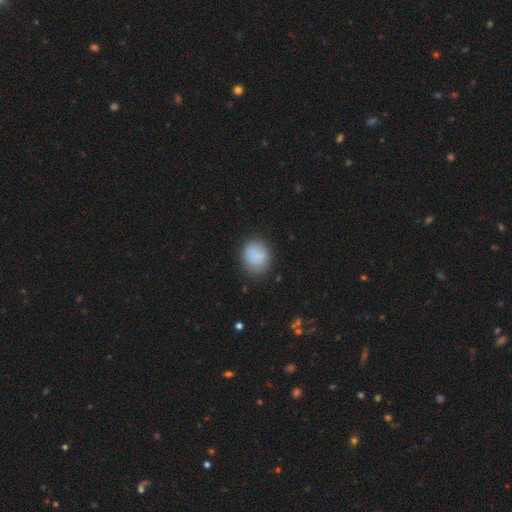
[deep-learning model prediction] A smooth galaxy with no disk features (84%) that is round (68%). Merging: none (77%).